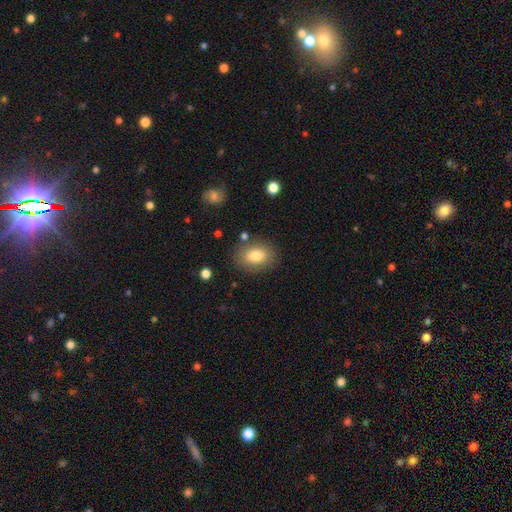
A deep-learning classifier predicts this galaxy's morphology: smooth 81%, featured or disk 11%, star or artifact 8%. Down the decision tree: how rounded — in between (75%); merging — none (81%).